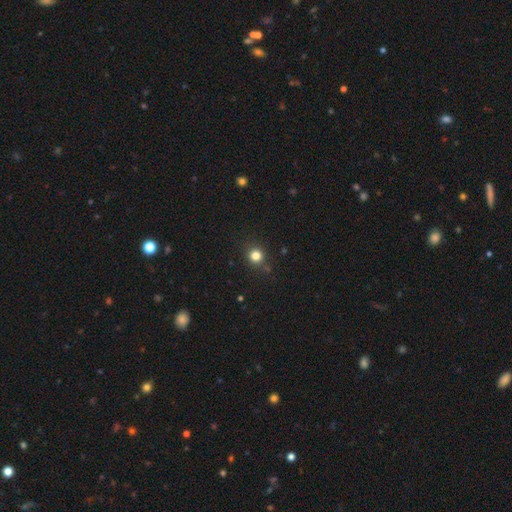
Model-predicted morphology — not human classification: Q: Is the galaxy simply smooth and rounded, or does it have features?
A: smooth — 81%.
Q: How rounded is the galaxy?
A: round — 90%.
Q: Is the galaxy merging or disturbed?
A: none — 86%.